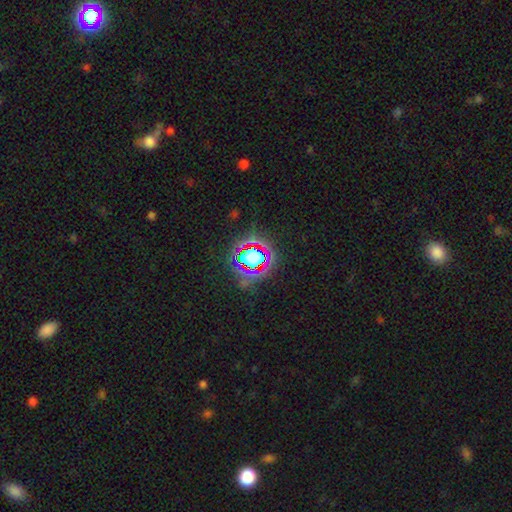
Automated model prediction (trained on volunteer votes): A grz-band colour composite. It shows a star or artifact, not a galaxy (65%).